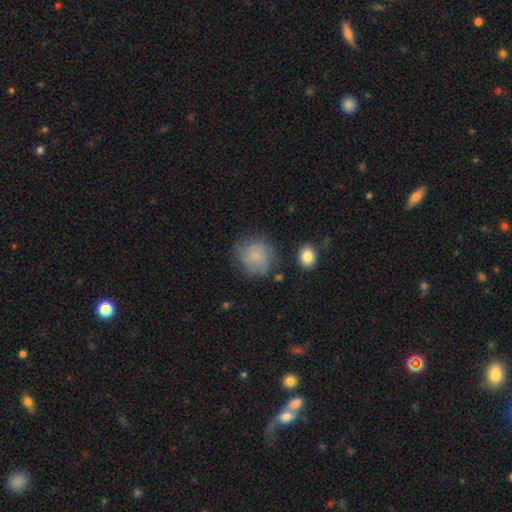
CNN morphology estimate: Smooth or featured? Predicted: smooth (p=0.70). How rounded? Predicted: round (p=0.81). Merging? Predicted: none (p=0.64).